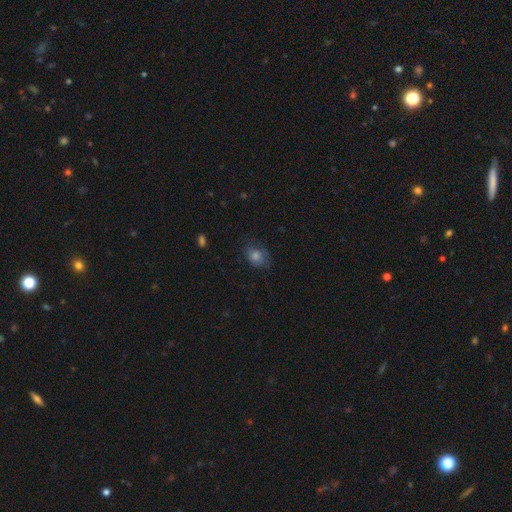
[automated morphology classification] type=smooth (64%); roundness=in between (52%); merging=none (68%).